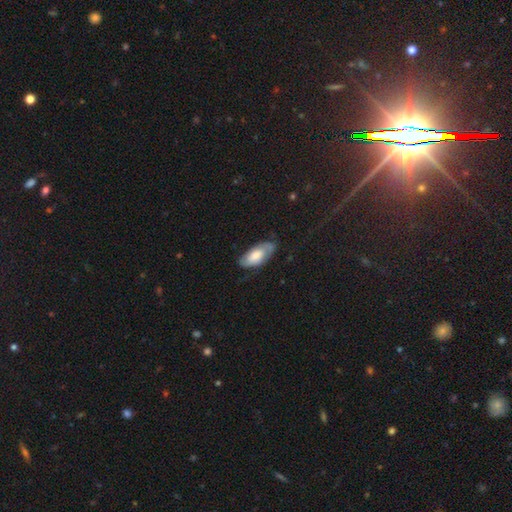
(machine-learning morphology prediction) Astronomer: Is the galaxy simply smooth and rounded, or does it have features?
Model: smooth — 57% (runner-up: featured or disk, 37%).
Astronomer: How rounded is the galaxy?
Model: in between — 89%.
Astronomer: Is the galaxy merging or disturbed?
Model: none — 67%.